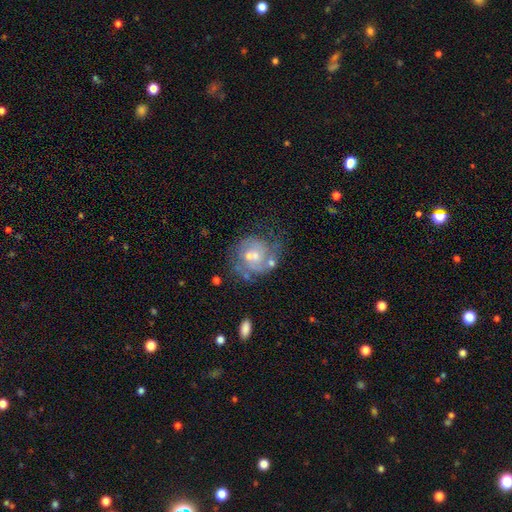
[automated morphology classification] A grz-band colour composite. It shows a featured or disk galaxy (67%) with no bar (65%), spiral arms (73%) and a small central bulge (48%). Merging: none (50%).